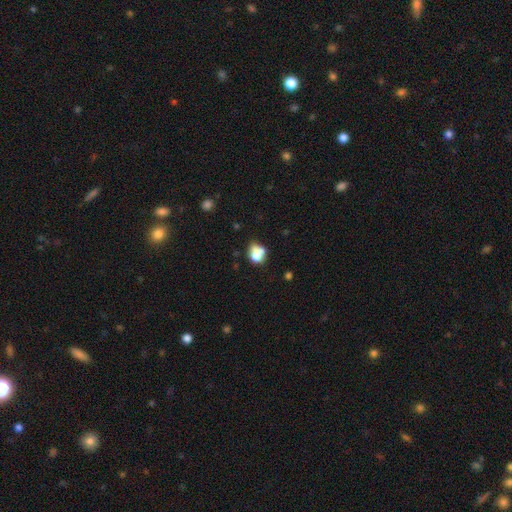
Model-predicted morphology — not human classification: A smooth galaxy with no disk features (70%) that is round (58%).

Vote fractions:
- Smooth or featured? smooth: 70% / featured or disk: 19% / star or artifact: 11%
- How rounded? round: 58% / in between: 41% / cigar-shaped: 1%
- Merging? none: 36% / merger: 35% / minor disturbance: 19% / major disturbance: 10%